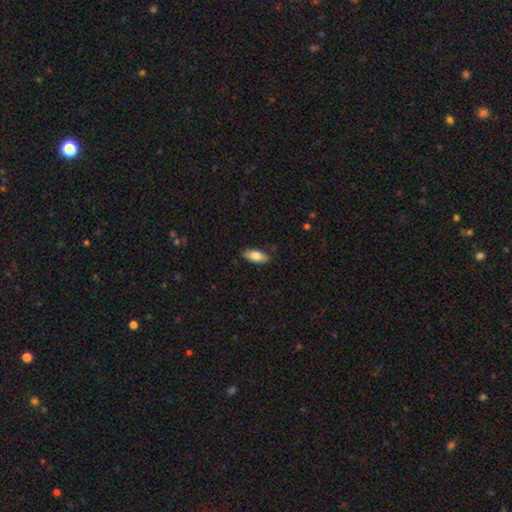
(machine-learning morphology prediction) This appears to be a smooth galaxy with no disk features (84%) that is in between round and cigar-shaped (82%). Merging: none (85%).